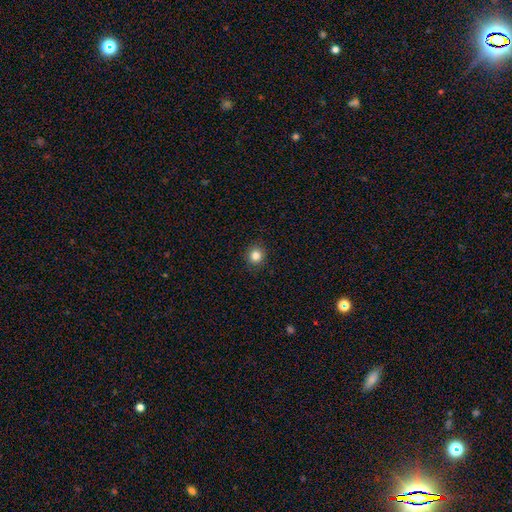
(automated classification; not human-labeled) smooth_or_featured: smooth (p=0.83) [alt: star or artifact p=0.12]
how_rounded: round (p=0.91) [alt: in between p=0.08]
merging: none (p=0.92) [alt: minor disturbance p=0.06]